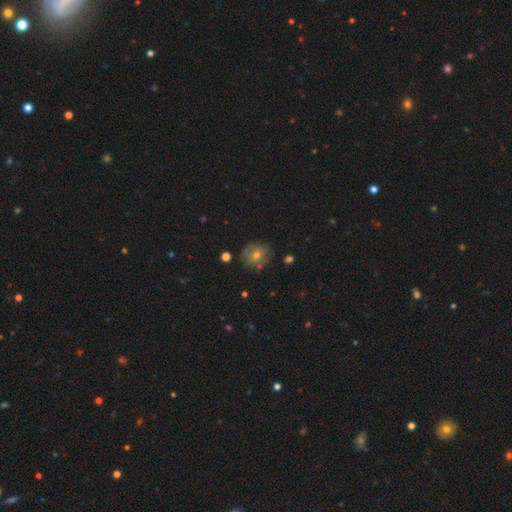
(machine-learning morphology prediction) Smooth or featured?
  - smooth: 54% *
  - featured or disk: 31%
  - star or artifact: 15%
How rounded?
  - round: 74% *
  - in between: 25%
  - cigar-shaped: 1%
Merging?
  - none: 74% *
  - minor disturbance: 18%
  - major disturbance: 5%
  - merger: 3%